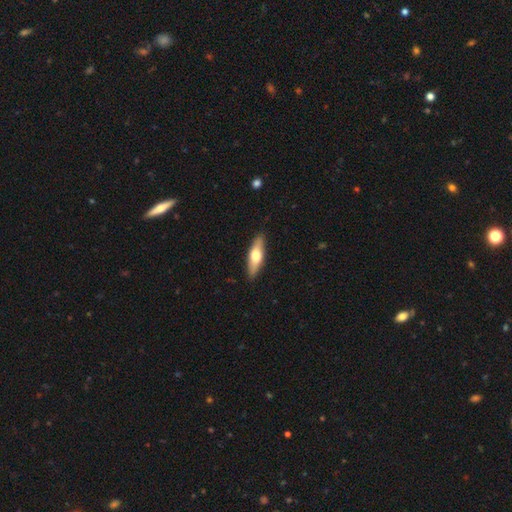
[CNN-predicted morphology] smooth 53%, featured or disk 42%, star or artifact 5%. Down the decision tree: how rounded — cigar-shaped (54%); merging — none (89%).